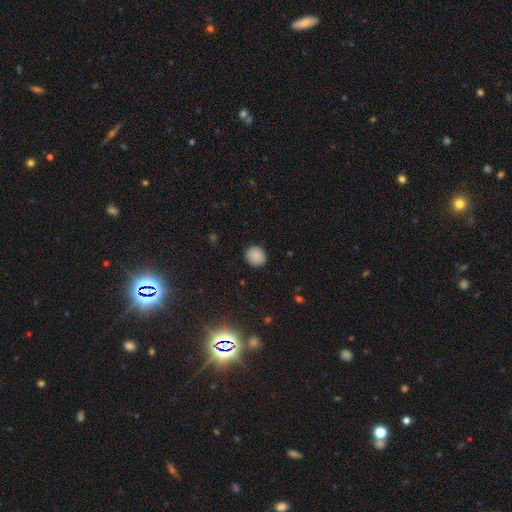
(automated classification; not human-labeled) Q: Smooth or featured?
A: smooth (86%); runner-up: star or artifact (10%)
Q: How rounded?
A: round (86%); runner-up: in between (13%)
Q: Merging?
A: none (89%); runner-up: minor disturbance (8%)